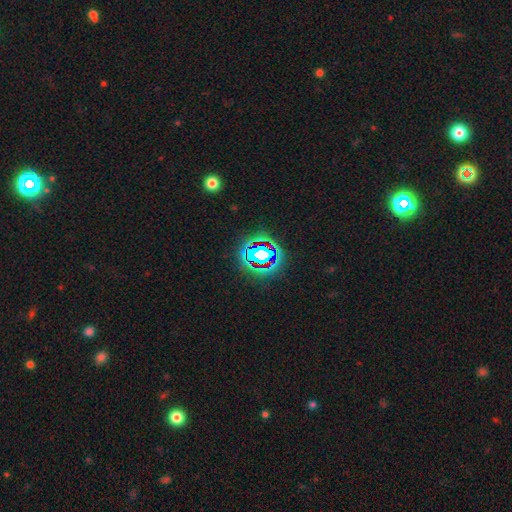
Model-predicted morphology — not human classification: A star or artifact, not a galaxy (76%).